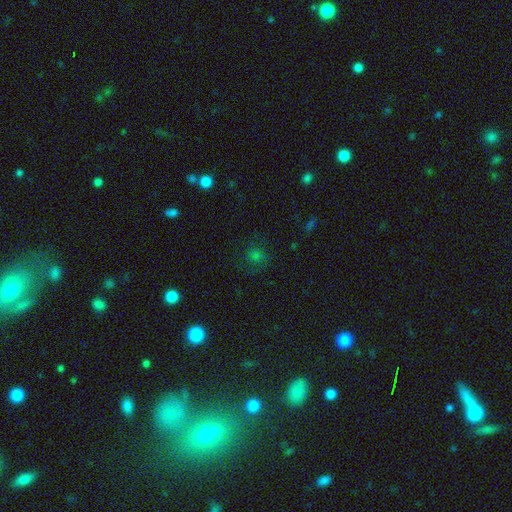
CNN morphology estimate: This appears to be a smooth galaxy with no disk features (53%) that is round (83%). Merging: none (75%).